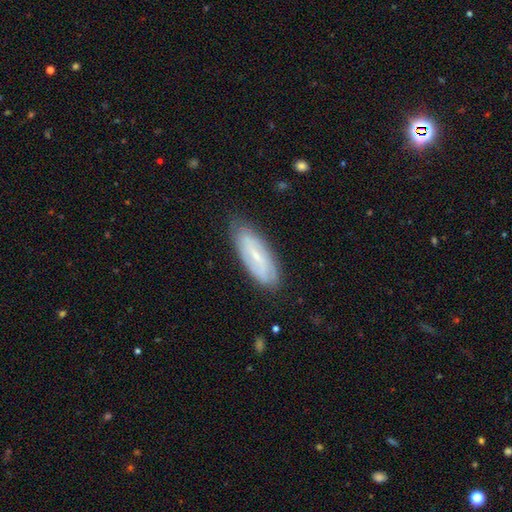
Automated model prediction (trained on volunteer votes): smooth-or-featured: featured or disk: 59% | smooth: 34% | star or artifact: 7%
  disk-edge-on: no: 82% | yes: 18%
  merging: none: 80% | minor disturbance: 16% | major disturbance: 3% | merger: 1%